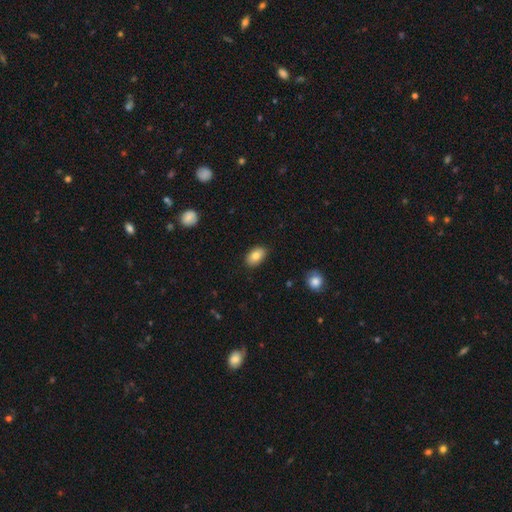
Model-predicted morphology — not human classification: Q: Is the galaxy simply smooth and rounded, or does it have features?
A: smooth — 82%.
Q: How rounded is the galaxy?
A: in between — 89%.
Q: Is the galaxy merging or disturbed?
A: none — 86%.